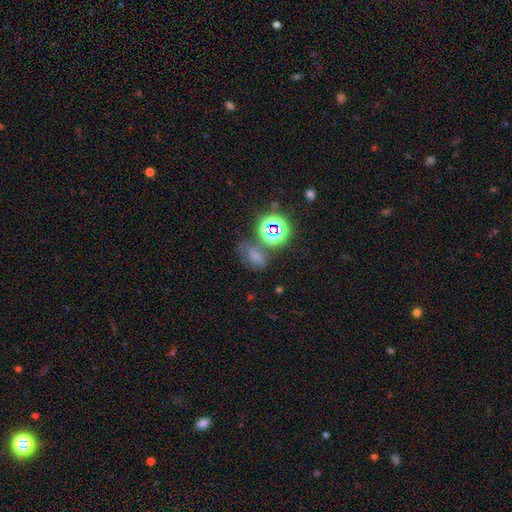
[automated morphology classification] smooth_or_featured: smooth (p=0.51) [alt: star or artifact p=0.35]
how_rounded: in between (p=0.72) [alt: round p=0.25]
merging: none (p=0.46) [alt: minor disturbance p=0.22]